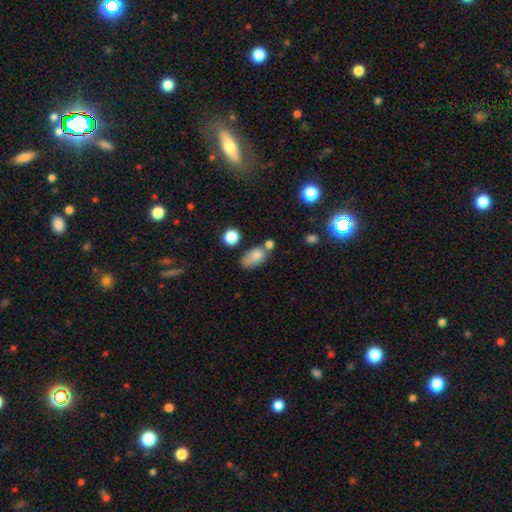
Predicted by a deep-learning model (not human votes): Smooth or featured? smooth (76%)
How rounded? in between (84%)
Merging? none (42%)